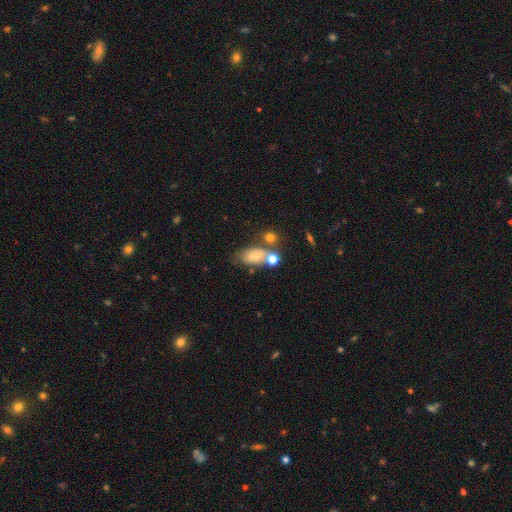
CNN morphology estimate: Smooth or featured: smooth — 67% (featured or disk — 21%)
How rounded: in between — 81% (round — 14%)
Merging: none — 42% (merger — 29%)